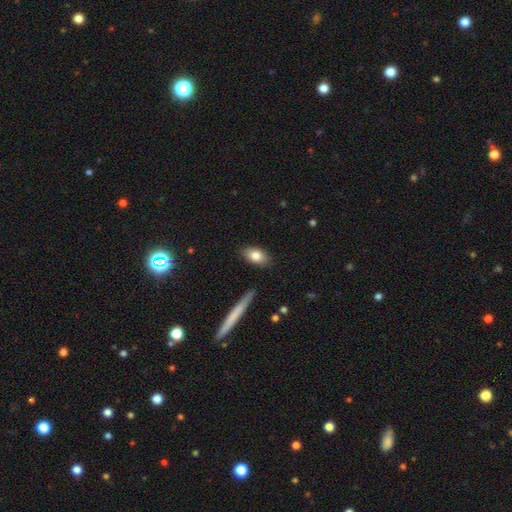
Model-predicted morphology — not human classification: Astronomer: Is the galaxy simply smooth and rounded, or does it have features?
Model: smooth — 79%.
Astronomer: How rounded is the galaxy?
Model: in between — 88%.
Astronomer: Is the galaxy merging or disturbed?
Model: none — 86%.